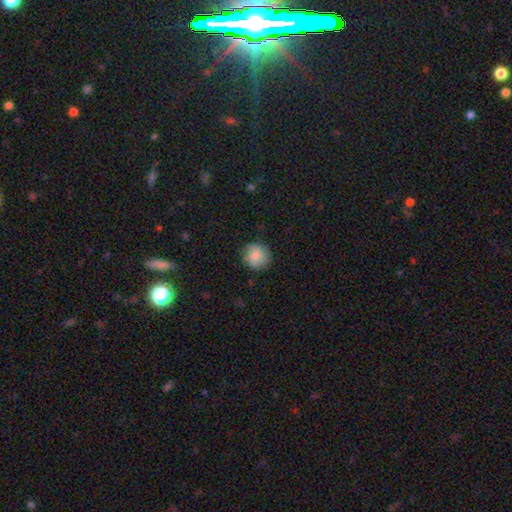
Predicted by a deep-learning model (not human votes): Smooth or featured? smooth (80%)
How rounded? round (90%)
Merging? none (77%)